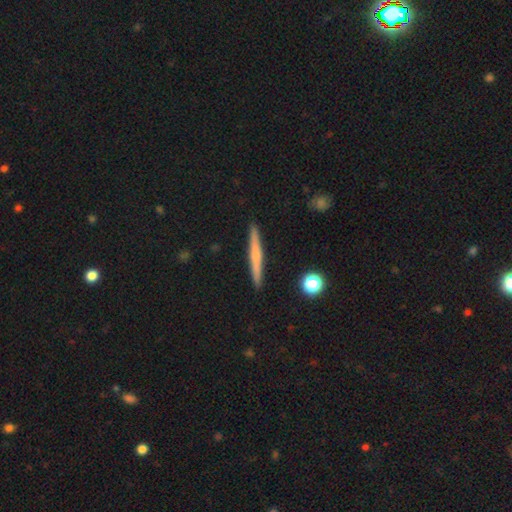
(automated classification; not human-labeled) smooth-or-featured: featured or disk: 50% | smooth: 44% | star or artifact: 7%
  merging: none: 92% | minor disturbance: 6% | major disturbance: 1% | merger: 1%